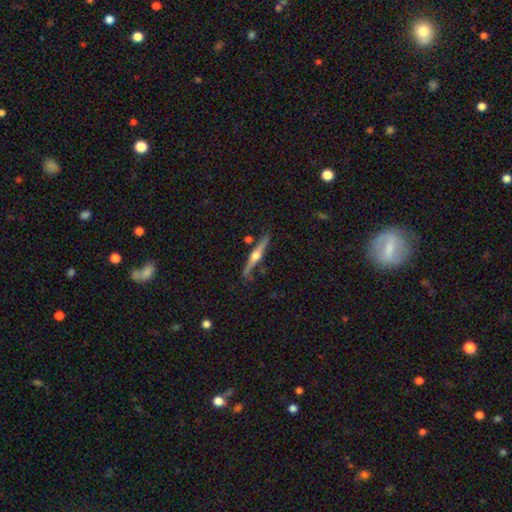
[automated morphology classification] Q: Smooth or featured?
A: featured or disk (78%); runner-up: smooth (17%)
Q: Edge-on disk?
A: yes (98%); runner-up: no (2%)
Q: Edge-on bulge?
A: rounded (95%); runner-up: boxy (3%)
Q: Merging?
A: none (82%); runner-up: minor disturbance (12%)